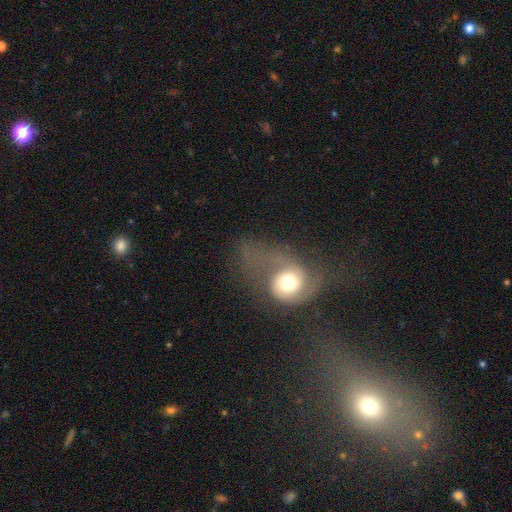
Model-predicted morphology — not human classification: Smooth or featured?
  - featured or disk: 56% *
  - smooth: 32%
  - star or artifact: 12%
Edge-on disk?
  - no: 95% *
  - yes: 5%
Bar?
  - no: 74% *
  - weak: 21%
  - strong: 5%
Spiral arms?
  - yes: 70% *
  - no: 30%
Bulge size?
  - moderate: 61% *
  - large: 24%
  - small: 9%
  - dominant: 4%
  - none: 2%
Merging?
  - major disturbance: 48% *
  - none: 23%
  - minor disturbance: 16%
  - merger: 14%